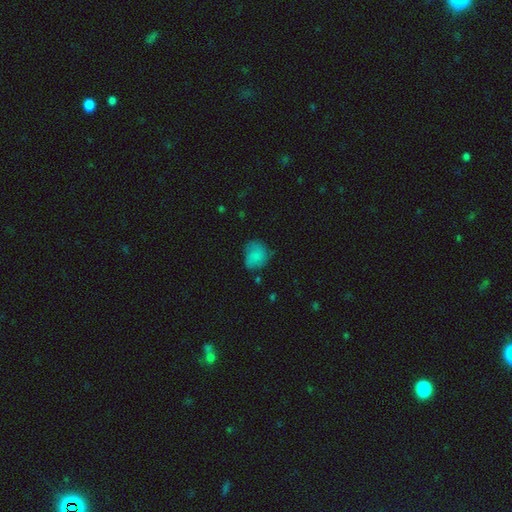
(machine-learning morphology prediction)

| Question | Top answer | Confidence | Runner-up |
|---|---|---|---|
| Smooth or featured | smooth | 75% | featured or disk (15%) |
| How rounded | round | 64% | in between (35%) |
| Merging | none | 51% | minor disturbance (33%) |